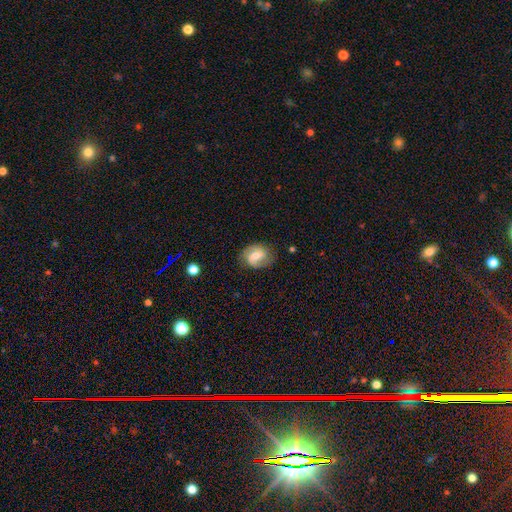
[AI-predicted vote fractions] featured or disk 61%, smooth 32%, star or artifact 7%. Down the decision tree: edge-on disk — no (97%); bar — weak (47%); spiral arms — yes (87%); spiral arm count — 2 (80%); spiral winding — medium (44%); bulge size — moderate (59%); merging — none (73%).